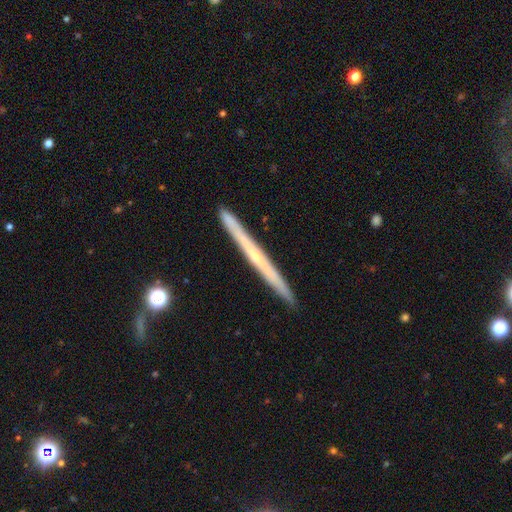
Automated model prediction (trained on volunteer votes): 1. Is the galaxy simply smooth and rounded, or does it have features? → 66% featured or disk, 28% smooth, 6% star or artifact.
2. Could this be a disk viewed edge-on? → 97% yes, 3% no.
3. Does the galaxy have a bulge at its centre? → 60% none, 37% rounded, 3% boxy.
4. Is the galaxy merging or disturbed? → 91% none, 7% minor disturbance, 1% merger, 1% major disturbance.